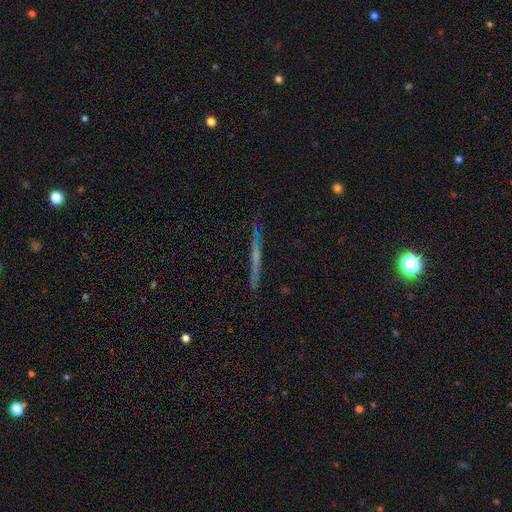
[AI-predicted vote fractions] smooth-or-featured: featured or disk: 64% | smooth: 26% | star or artifact: 10%
  disk-edge-on: yes: 97% | no: 3%
    edge-on-bulge: none: 58% | rounded: 34% | boxy: 8%
  merging: none: 90% | minor disturbance: 7% | major disturbance: 2% | merger: 1%